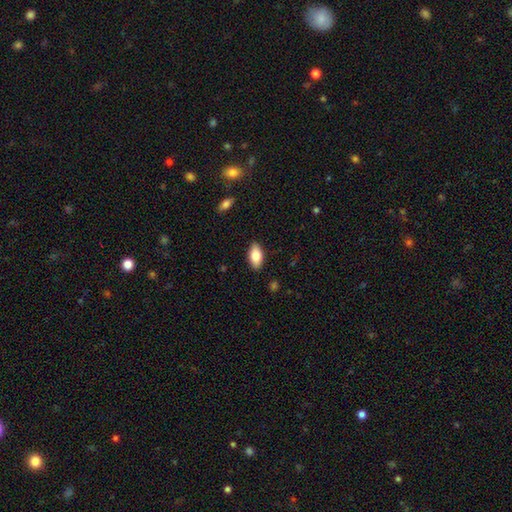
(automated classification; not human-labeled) The model was most divided on "smooth or featured": smooth: 82%, featured or disk: 11%, star or artifact: 7%. More confident: how rounded — in between (91%); merging — none (88%).